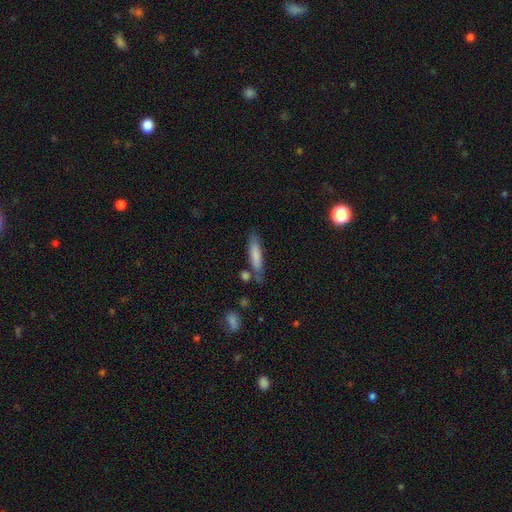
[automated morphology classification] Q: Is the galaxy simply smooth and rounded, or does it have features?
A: smooth — 77%.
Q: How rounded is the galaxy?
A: cigar-shaped — 79%.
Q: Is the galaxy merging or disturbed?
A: none — 71%.